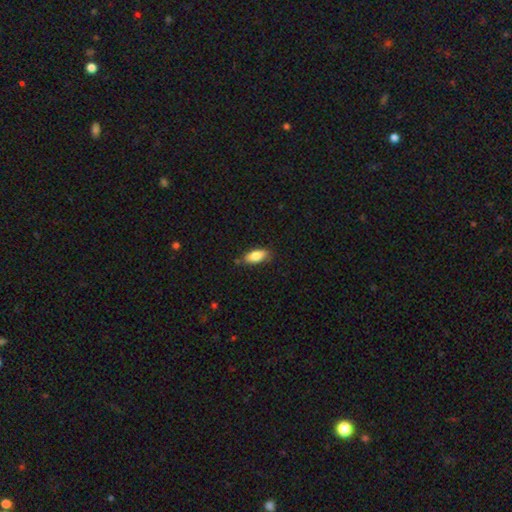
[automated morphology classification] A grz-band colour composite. It shows a smooth galaxy with no disk features (83%) that is in between round and cigar-shaped (83%). Merging: none (79%).